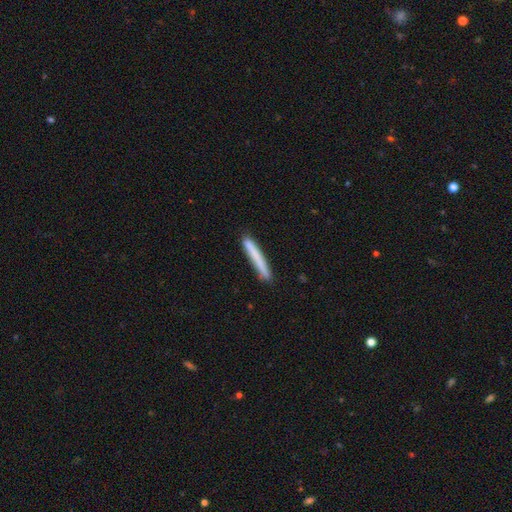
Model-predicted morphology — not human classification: Q: Smooth or featured?
A: smooth (73%); runner-up: featured or disk (21%)
Q: How rounded?
A: cigar-shaped (97%); runner-up: in between (2%)
Q: Merging?
A: none (88%); runner-up: minor disturbance (9%)